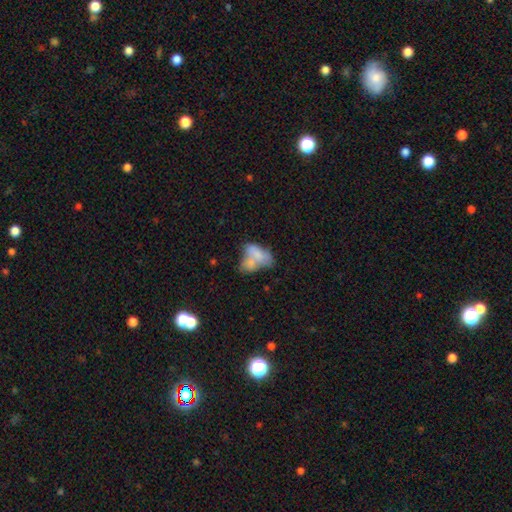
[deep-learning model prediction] smooth 68%, featured or disk 24%, star or artifact 8%. Down the decision tree: how rounded — in between (88%); merging — merger (64%).